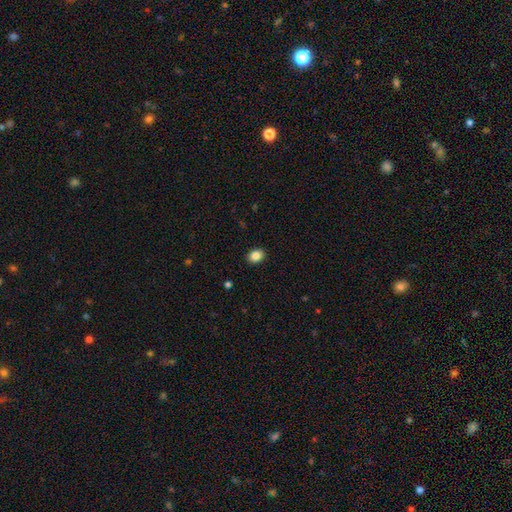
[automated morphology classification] The model was most divided on "how rounded": in between: 62%, round: 38%, cigar-shaped: 1%. More confident: merging — none (91%); smooth or featured — smooth (86%).